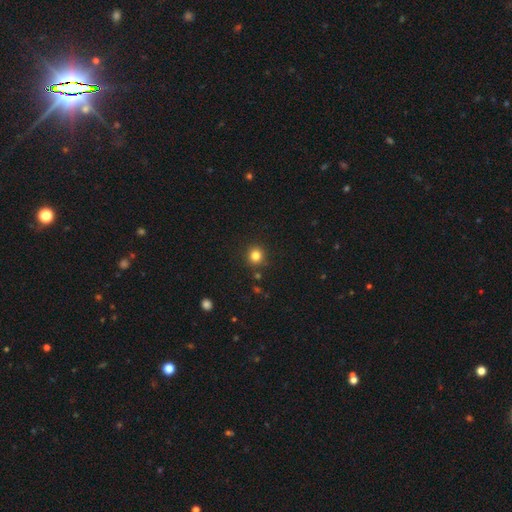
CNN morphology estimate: Smooth or featured? Predicted: smooth (p=0.82). How rounded? Predicted: round (p=0.92). Merging? Predicted: none (p=0.89).